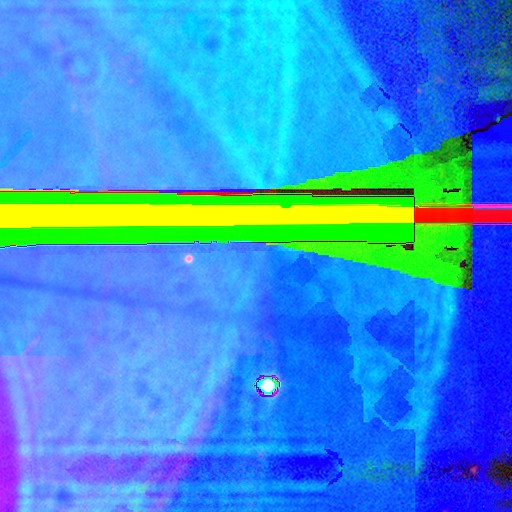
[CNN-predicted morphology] star or artifact 85%, featured or disk 9%, smooth 6%.